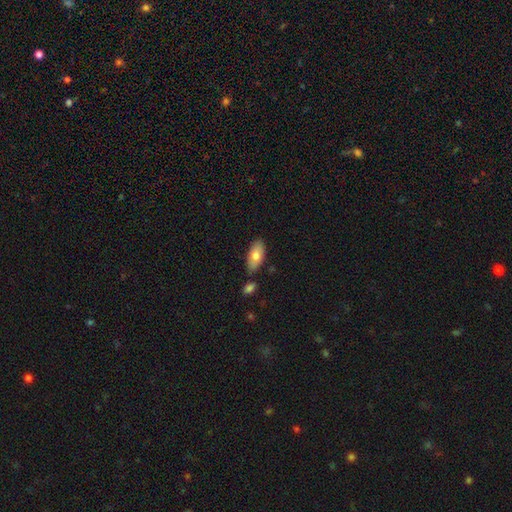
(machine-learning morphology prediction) The model was most divided on "smooth or featured": smooth: 77%, featured or disk: 17%, star or artifact: 6%. More confident: how rounded — in between (90%); merging — none (78%).